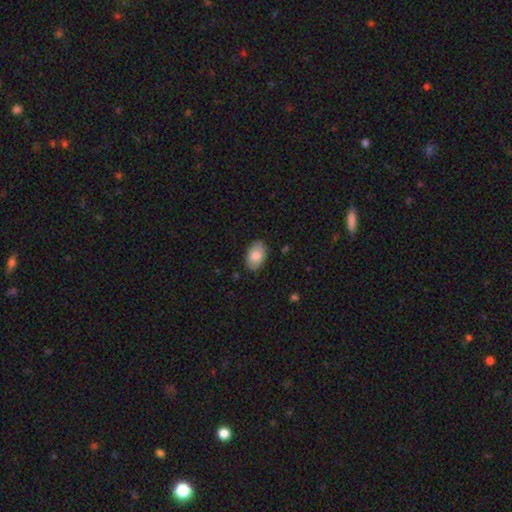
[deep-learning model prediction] smooth-or-featured: smooth: 80% | featured or disk: 13% | star or artifact: 6%
  how-rounded: in between: 92% | round: 7% | cigar-shaped: 1%
  merging: none: 85% | minor disturbance: 11% | major disturbance: 2% | merger: 1%